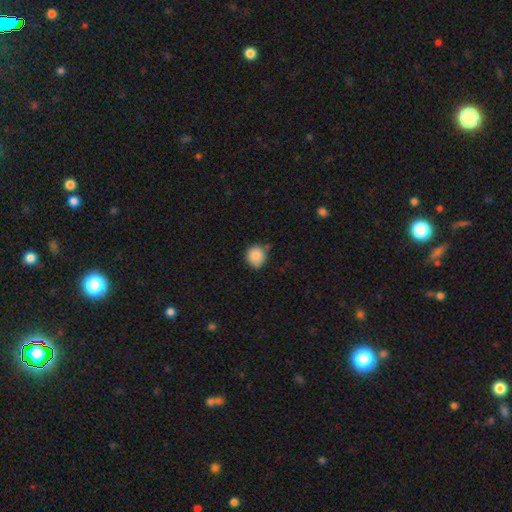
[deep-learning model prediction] smooth 87%, star or artifact 8%, featured or disk 5%. Down the decision tree: how rounded — round (88%); merging — none (67%).